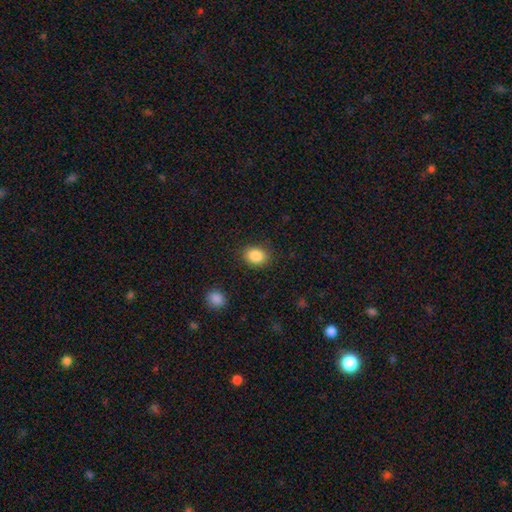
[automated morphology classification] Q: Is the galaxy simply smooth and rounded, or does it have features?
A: smooth — 86%.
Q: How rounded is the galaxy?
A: in between — 55%.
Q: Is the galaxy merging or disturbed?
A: none — 86%.